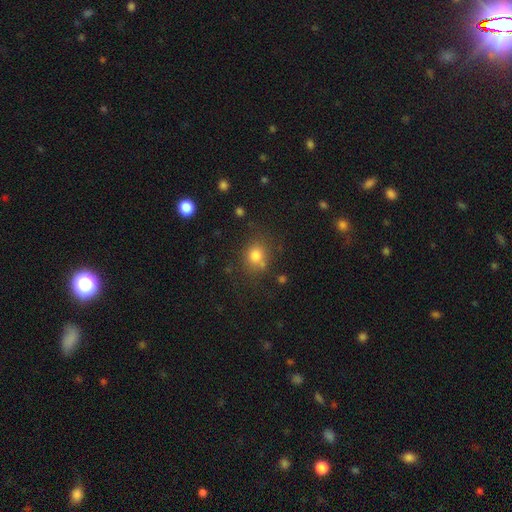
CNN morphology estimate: The model was most divided on "how rounded": round: 71%, in between: 28%, cigar-shaped: 1%. More confident: smooth or featured — smooth (78%); merging — none (69%).